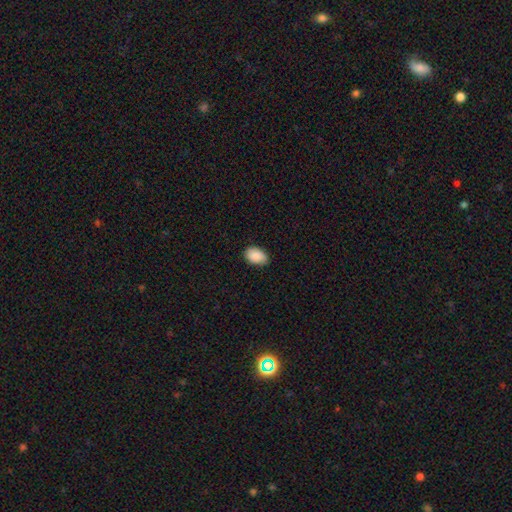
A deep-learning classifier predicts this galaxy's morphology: Smooth or featured? smooth (90%)
How rounded? in between (87%)
Merging? none (81%)